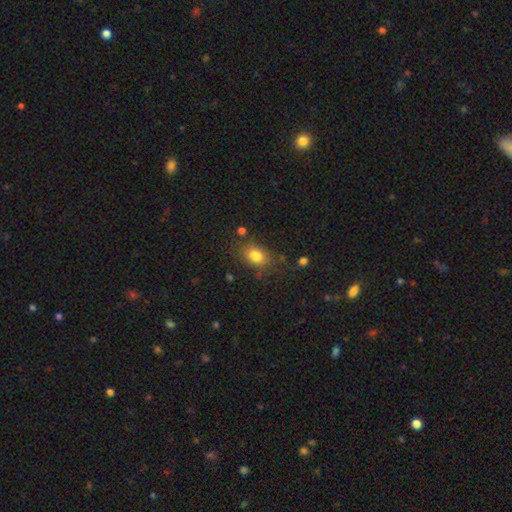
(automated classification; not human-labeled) Smooth or featured?
  - smooth: 81% *
  - star or artifact: 11%
  - featured or disk: 8%
How rounded?
  - in between: 73% *
  - round: 26%
  - cigar-shaped: 1%
Merging?
  - none: 77% *
  - minor disturbance: 15%
  - major disturbance: 5%
  - merger: 3%